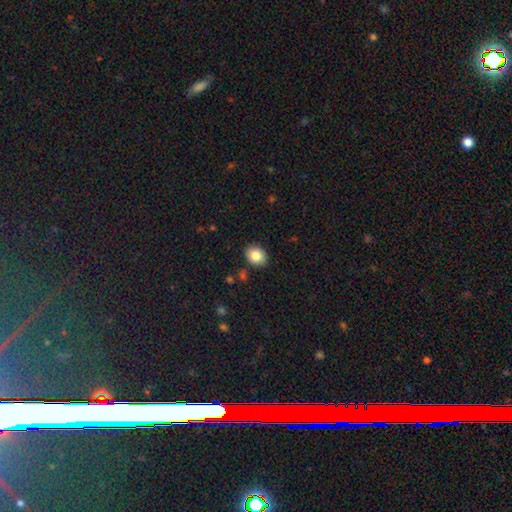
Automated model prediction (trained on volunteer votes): The model was most divided on "how rounded": round: 50%, in between: 49%, cigar-shaped: 1%. More confident: merging — none (88%); smooth or featured — smooth (84%).